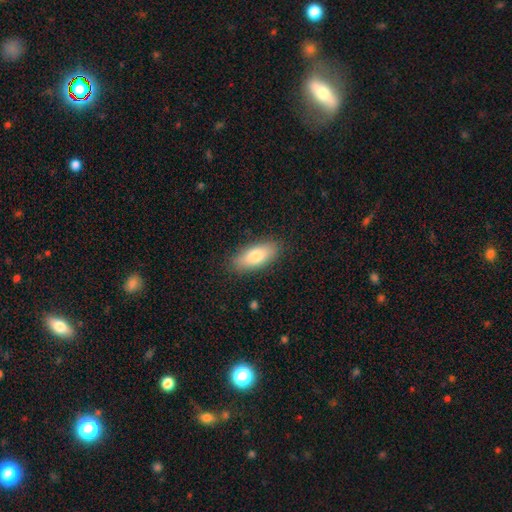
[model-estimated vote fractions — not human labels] Overall: smooth (79%). How rounded: in between (77%). Merging: none (88%).